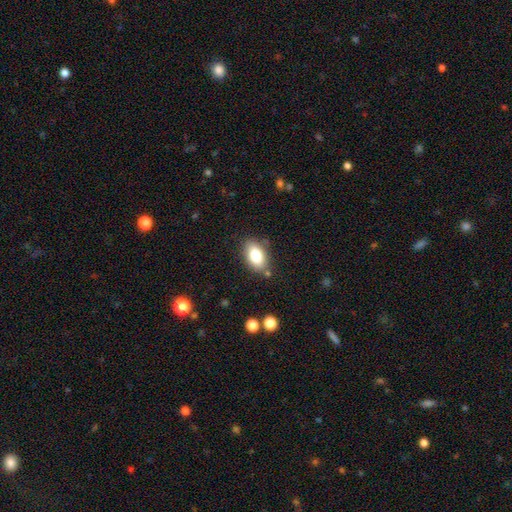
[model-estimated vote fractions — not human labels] Smooth or featured? Predicted: smooth (p=0.81). How rounded? Predicted: in between (p=0.90). Merging? Predicted: none (p=0.80).